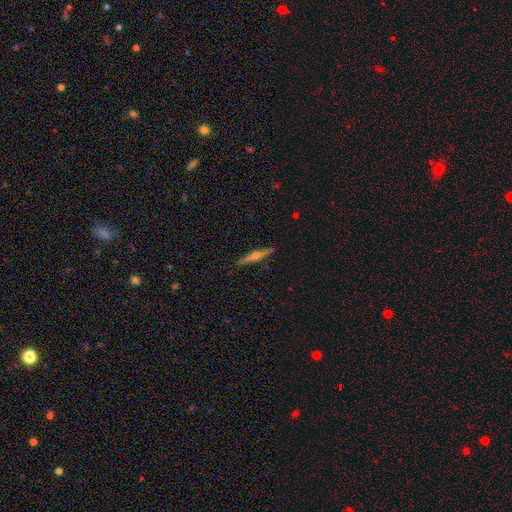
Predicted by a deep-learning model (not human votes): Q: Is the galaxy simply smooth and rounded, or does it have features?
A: featured or disk — 60%.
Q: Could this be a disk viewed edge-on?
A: yes — 94%.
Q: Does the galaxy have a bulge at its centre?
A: rounded — 78%.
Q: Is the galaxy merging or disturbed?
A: none — 88%.